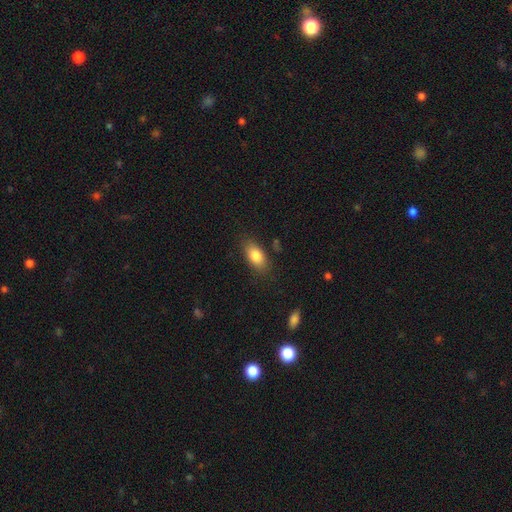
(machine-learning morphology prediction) Smooth or featured?
  - smooth: 83% *
  - featured or disk: 9%
  - star or artifact: 7%
How rounded?
  - in between: 89% *
  - cigar-shaped: 6%
  - round: 5%
Merging?
  - none: 81% *
  - minor disturbance: 13%
  - major disturbance: 4%
  - merger: 2%